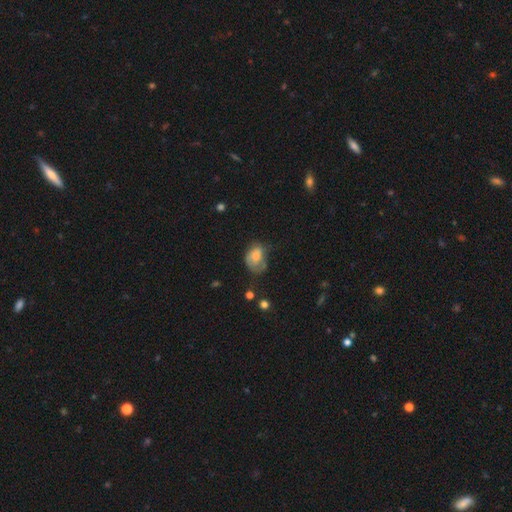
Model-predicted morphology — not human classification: smooth 65%, featured or disk 25%, star or artifact 10%. Down the decision tree: how rounded — in between (71%); merging — minor disturbance (35%, tied with none).